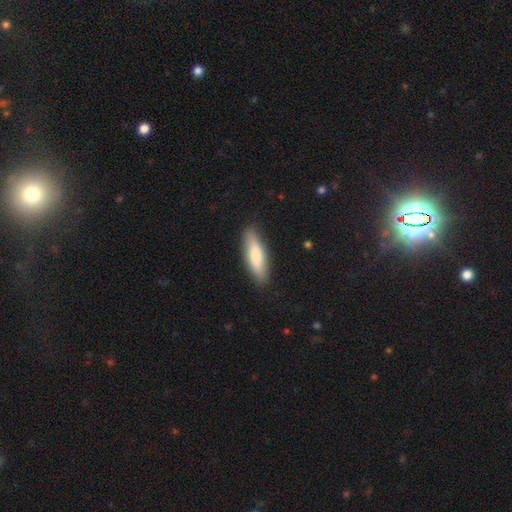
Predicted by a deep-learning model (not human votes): Smooth or featured? Predicted: smooth (p=0.80). How rounded? Predicted: cigar-shaped (p=0.58). Merging? Predicted: none (p=0.86).